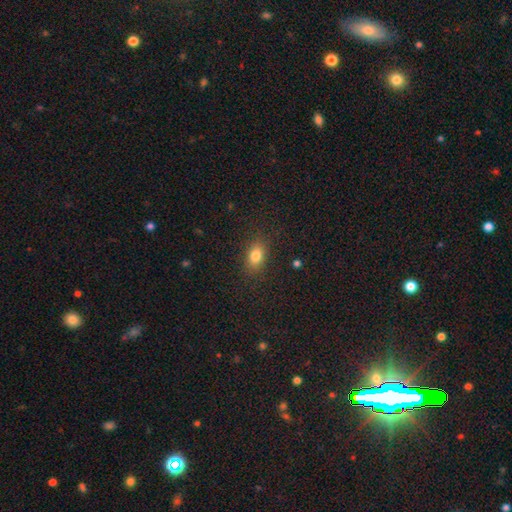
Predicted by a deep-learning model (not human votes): smooth 82%, star or artifact 10%, featured or disk 8%. Down the decision tree: how rounded — in between (80%); merging — none (85%).